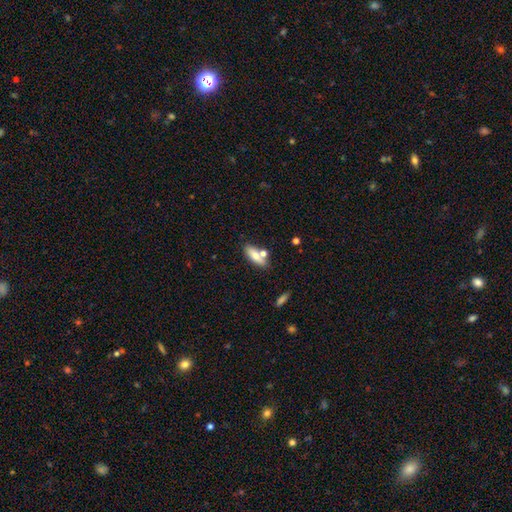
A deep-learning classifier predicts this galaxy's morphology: Smooth or featured? Predicted: smooth (p=0.73). How rounded? Predicted: in between (p=0.68). Merging? Predicted: none (p=0.65).